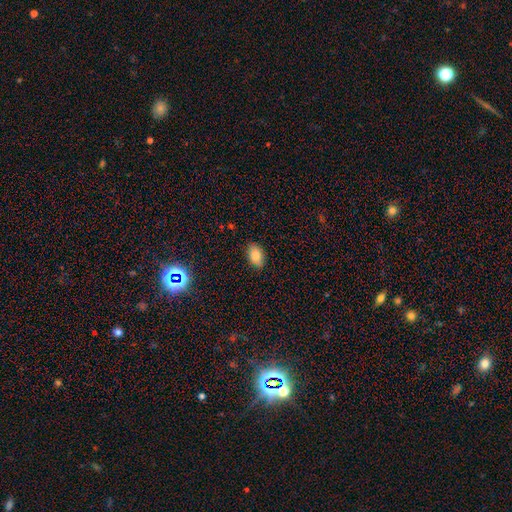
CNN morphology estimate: Smooth or featured? smooth (84%)
How rounded? in between (91%)
Merging? none (86%)